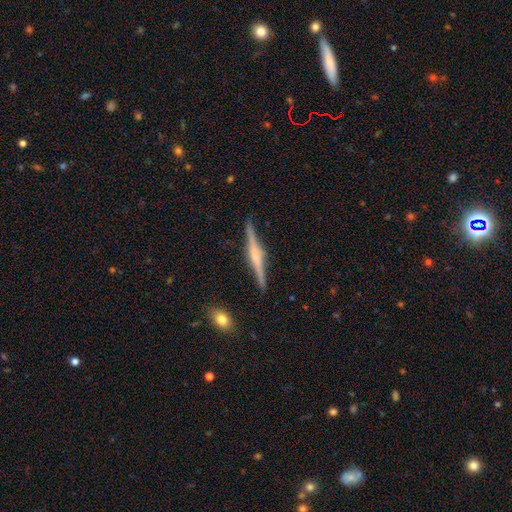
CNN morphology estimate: A featured or disk galaxy (76%) viewed edge-on (98%) with a rounded central bulge (57%).

Vote fractions:
- Smooth or featured? featured or disk: 76% / smooth: 18% / star or artifact: 6%
- Edge-on disk? yes: 98% / no: 2%
- Edge-on bulge? rounded: 57% / boxy: 29% / none: 14%
- Merging? none: 89% / minor disturbance: 8% / major disturbance: 2% / merger: 1%